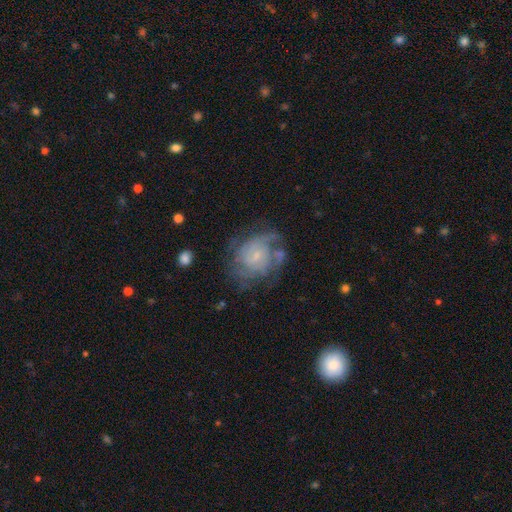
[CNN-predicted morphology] featured or disk 74%, smooth 18%, star or artifact 8%. Down the decision tree: edge-on disk — no (98%); bar — no (62%); spiral arms — yes (86%); spiral arm count — can't tell (45%); spiral winding — tight (52%); bulge size — small (70%); merging — none (54%).